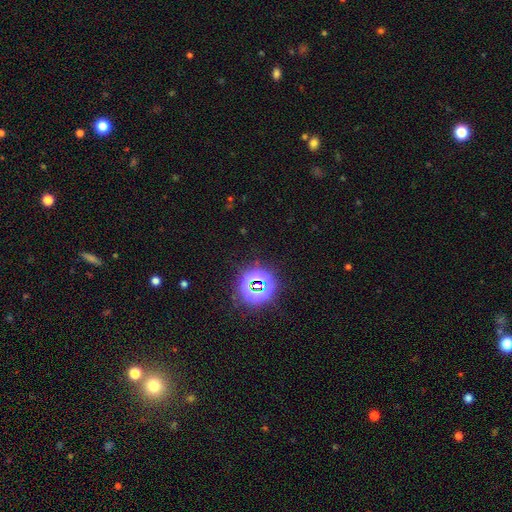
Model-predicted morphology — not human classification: smooth-or-featured: star or artifact: 82% | smooth: 11% | featured or disk: 7%